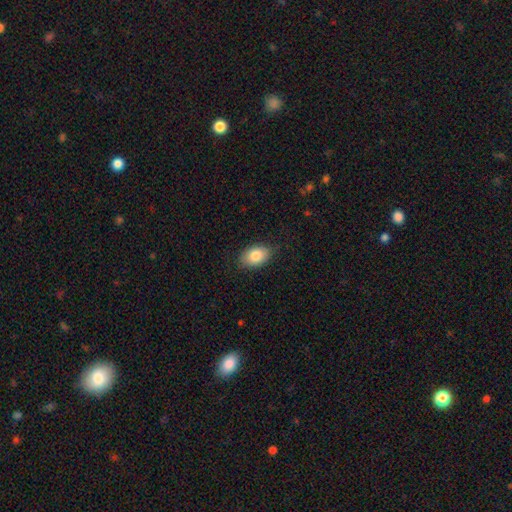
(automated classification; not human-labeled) A smooth galaxy with no disk features (84%) that is in between round and cigar-shaped (87%).

Vote fractions:
- Smooth or featured? smooth: 84% / featured or disk: 9% / star or artifact: 7%
- How rounded? in between: 87% / round: 11% / cigar-shaped: 1%
- Merging? none: 84% / minor disturbance: 12% / major disturbance: 3% / merger: 1%